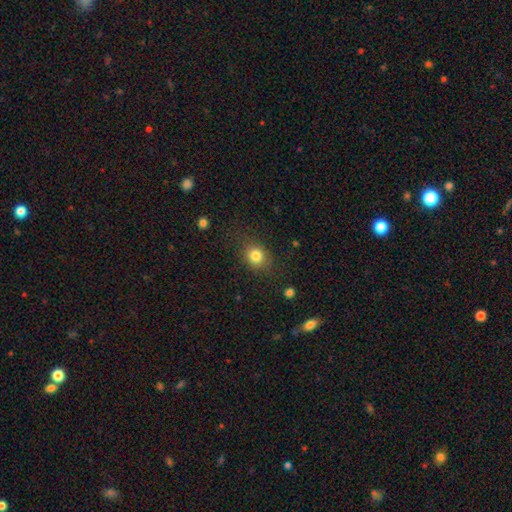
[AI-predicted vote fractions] Morphology: type=smooth (82%); roundness=round (66%); merging=none (80%).